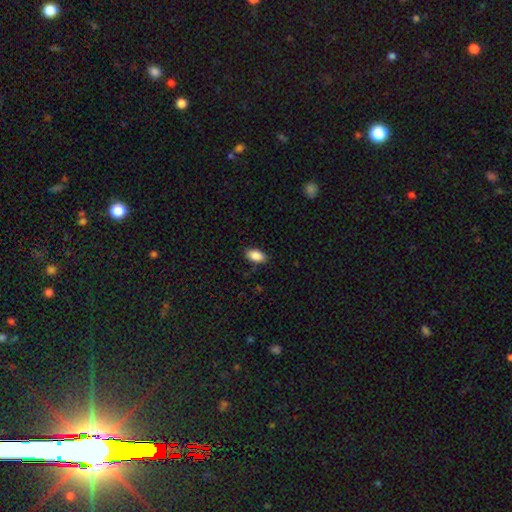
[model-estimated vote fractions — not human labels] This is clearly a smooth galaxy (89%). How rounded: clearly in between (93%). Merging: clearly none (86%).